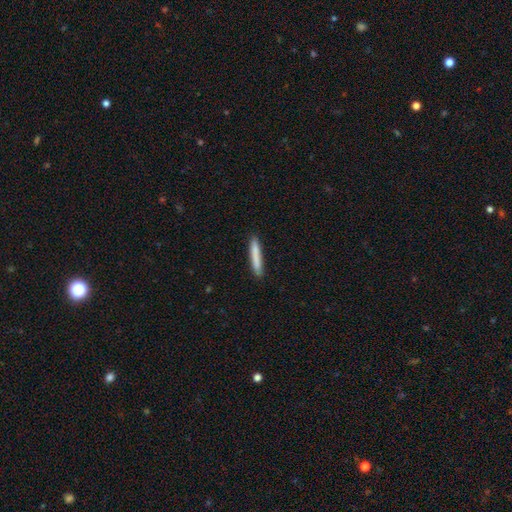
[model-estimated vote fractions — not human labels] A smooth galaxy with no disk features (82%) that is cigar-shaped (95%).

Vote fractions:
- Smooth or featured? smooth: 82% / featured or disk: 12% / star or artifact: 6%
- How rounded? cigar-shaped: 95% / in between: 4% / round: 1%
- Merging? none: 90% / minor disturbance: 7% / major disturbance: 1% / merger: 1%